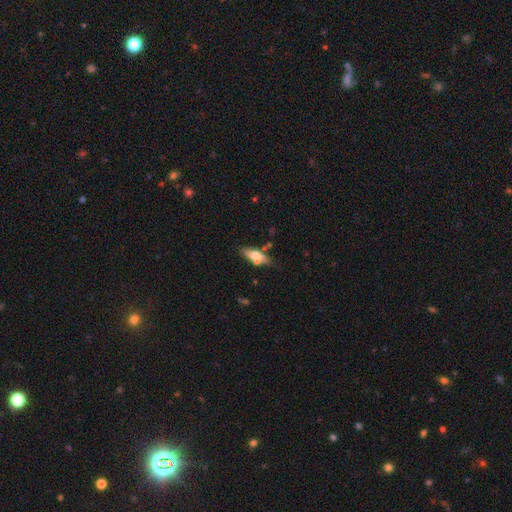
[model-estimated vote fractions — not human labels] Smooth or featured?
  - smooth: 55% *
  - featured or disk: 38%
  - star or artifact: 7%
How rounded?
  - in between: 55% *
  - cigar-shaped: 41%
  - round: 3%
Merging?
  - none: 64% *
  - minor disturbance: 18%
  - merger: 13%
  - major disturbance: 5%